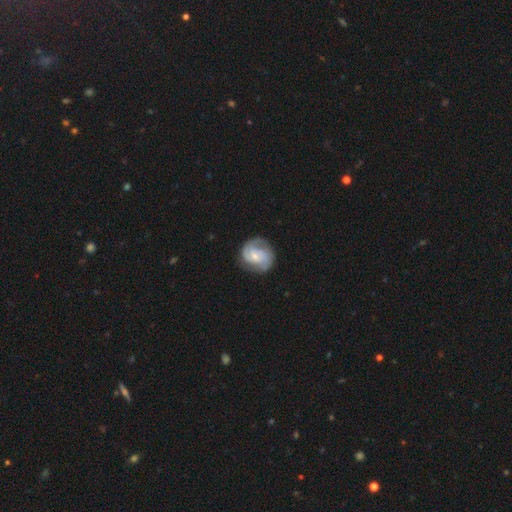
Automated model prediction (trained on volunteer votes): featured or disk 80%, smooth 15%, star or artifact 5%. Down the decision tree: edge-on disk — no (98%); bar — no (51%); spiral arms — yes (95%); spiral arm count — 2 (73%); spiral winding — tight (44%); bulge size — small (59%); merging — none (74%).